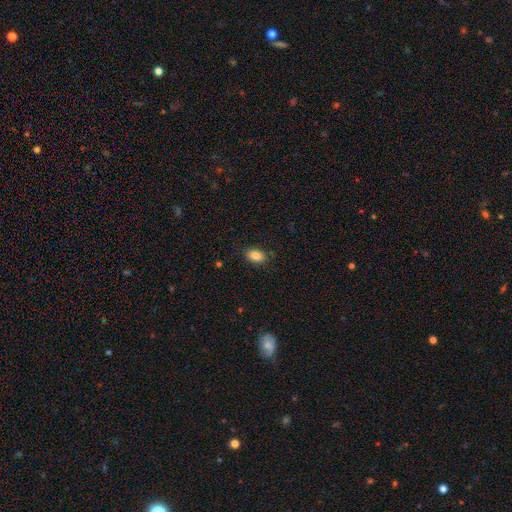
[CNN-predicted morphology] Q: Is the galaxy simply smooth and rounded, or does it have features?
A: smooth — 84%.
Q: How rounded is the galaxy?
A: in between — 85%.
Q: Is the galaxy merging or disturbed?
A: none — 86%.